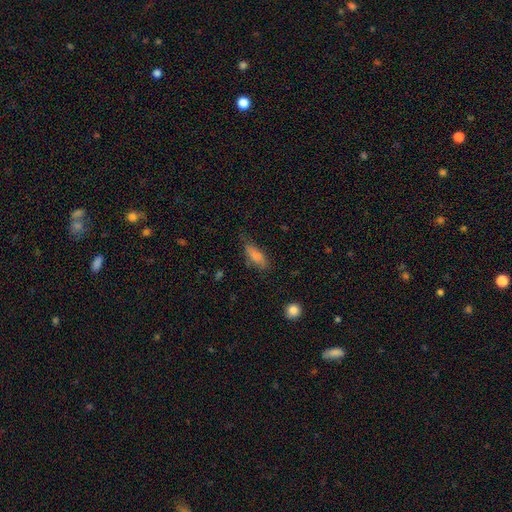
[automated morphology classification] smooth-or-featured: smooth: 82% | featured or disk: 9% | star or artifact: 9%
  how-rounded: in between: 69% | cigar-shaped: 29% | round: 3%
  merging: none: 59% | minor disturbance: 30% | major disturbance: 9% | merger: 3%